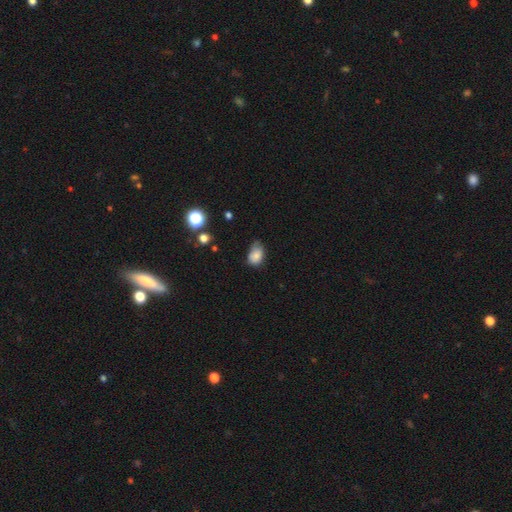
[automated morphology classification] smooth_or_featured: smooth (p=0.80) [alt: star or artifact p=0.10]
how_rounded: in between (p=0.78) [alt: round p=0.21]
merging: minor disturbance (p=0.45) [alt: none p=0.41]